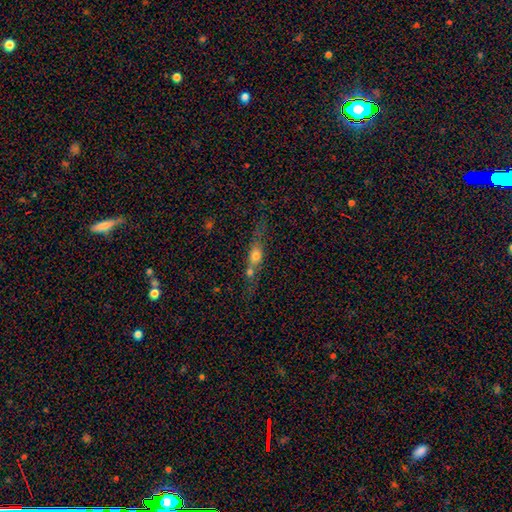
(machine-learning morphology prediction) smooth-or-featured: smooth: 48% | featured or disk: 40% | star or artifact: 12%
  merging: merger: 41% | none: 38% | minor disturbance: 13% | major disturbance: 8%